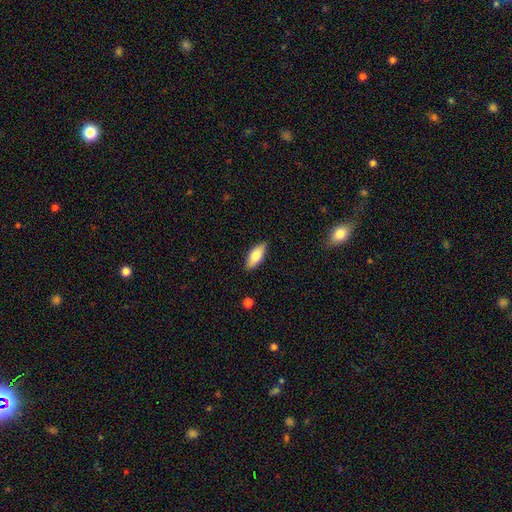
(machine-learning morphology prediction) This appears to be a smooth galaxy with no disk features (75%) that is in between round and cigar-shaped (79%). Merging: none (87%).